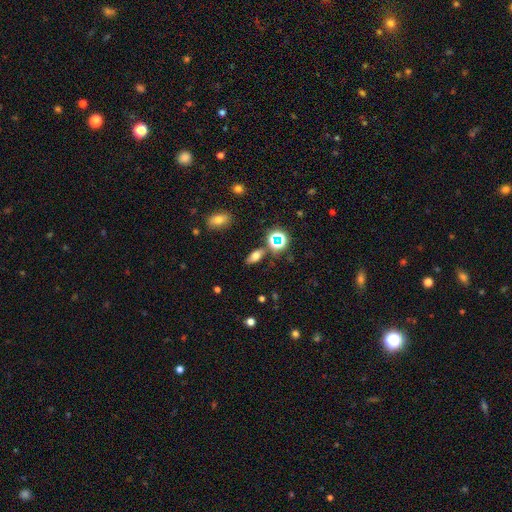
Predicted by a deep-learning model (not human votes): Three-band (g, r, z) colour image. It shows a smooth galaxy with no disk features (62%) that is in between round and cigar-shaped (79%). Merging: none (79%).